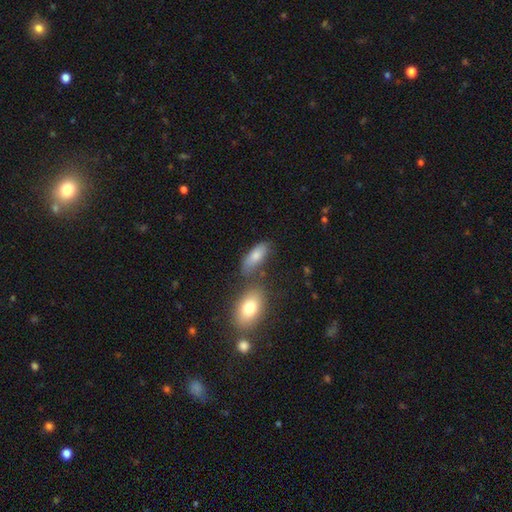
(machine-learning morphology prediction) Smooth or featured?
  - smooth: 78% *
  - featured or disk: 14%
  - star or artifact: 8%
How rounded?
  - in between: 81% *
  - cigar-shaped: 15%
  - round: 4%
Merging?
  - none: 59% *
  - minor disturbance: 18%
  - merger: 17%
  - major disturbance: 6%